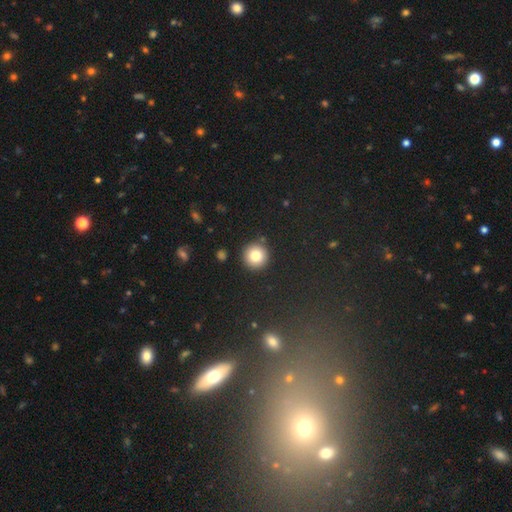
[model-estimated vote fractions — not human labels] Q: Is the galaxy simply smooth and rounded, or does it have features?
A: smooth — 82%.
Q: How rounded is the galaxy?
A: round — 95%.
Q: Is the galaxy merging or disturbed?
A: none — 89%.